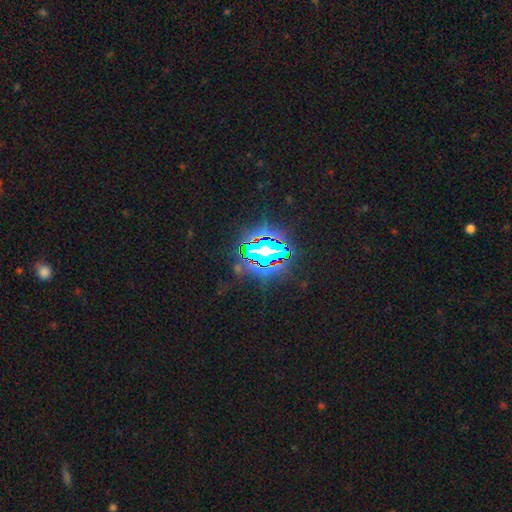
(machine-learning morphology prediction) Smooth or featured: star or artifact — 82% (smooth — 10%)